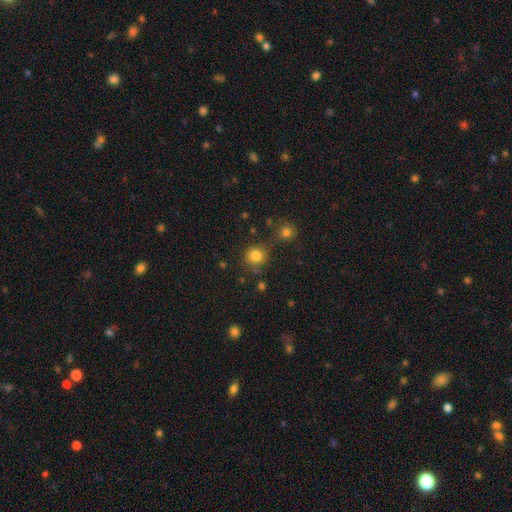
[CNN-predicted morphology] Q: Smooth or featured?
A: smooth (82%); runner-up: star or artifact (13%)
Q: How rounded?
A: round (91%); runner-up: in between (8%)
Q: Merging?
A: none (73%); runner-up: minor disturbance (11%)